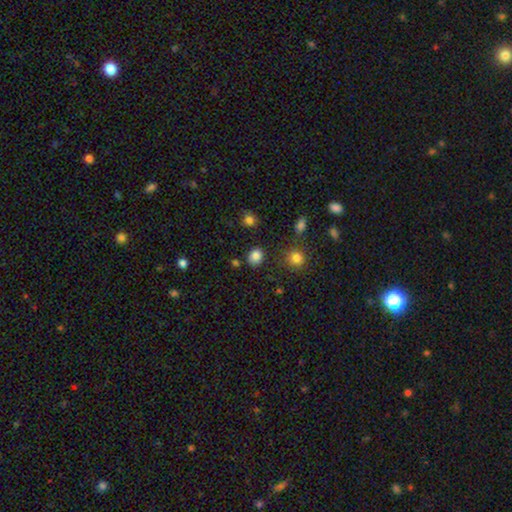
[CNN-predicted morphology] The model was most divided on "how rounded": round: 64%, in between: 35%, cigar-shaped: 1%. More confident: smooth or featured — smooth (83%); merging — none (81%).